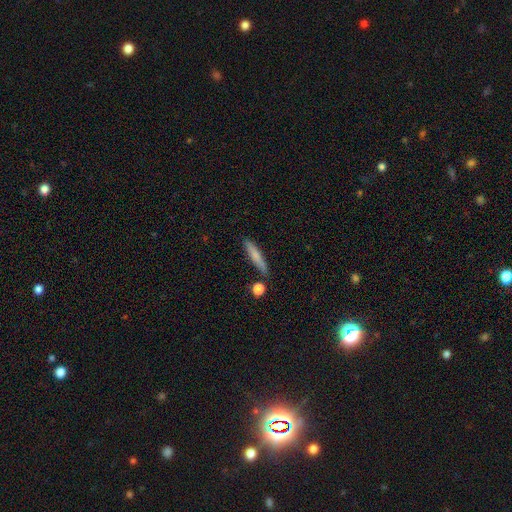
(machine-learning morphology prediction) This appears to be a smooth galaxy with no disk features (71%) that is cigar-shaped (88%). Merging: none (81%).